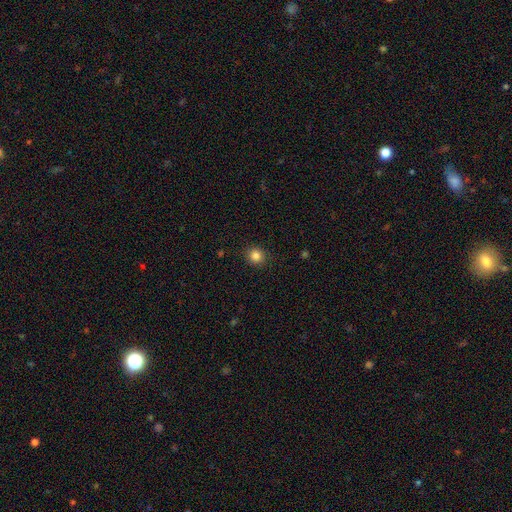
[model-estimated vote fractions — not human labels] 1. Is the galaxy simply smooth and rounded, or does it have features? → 84% smooth, 11% star or artifact, 4% featured or disk.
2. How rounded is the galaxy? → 89% round, 10% in between, 1% cigar-shaped.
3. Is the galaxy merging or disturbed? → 90% none, 6% minor disturbance, 2% major disturbance, 1% merger.